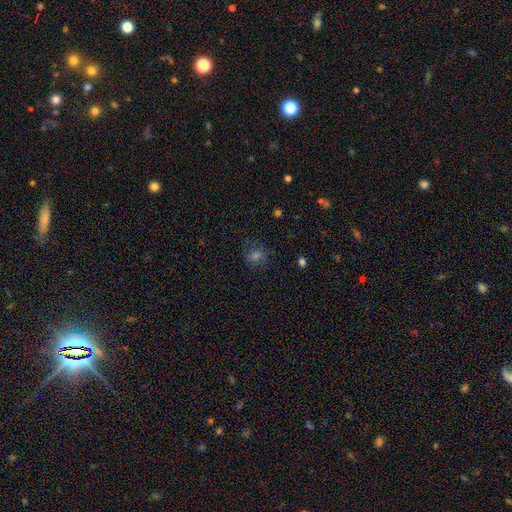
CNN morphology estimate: This appears to be a smooth galaxy with no disk features (58%) that is round (71%). Merging: none (76%).